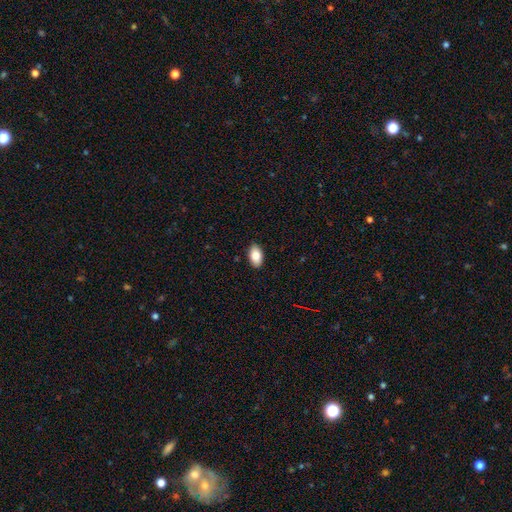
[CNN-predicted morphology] Smooth or featured? Predicted: smooth (p=0.86). How rounded? Predicted: in between (p=0.94). Merging? Predicted: none (p=0.89).